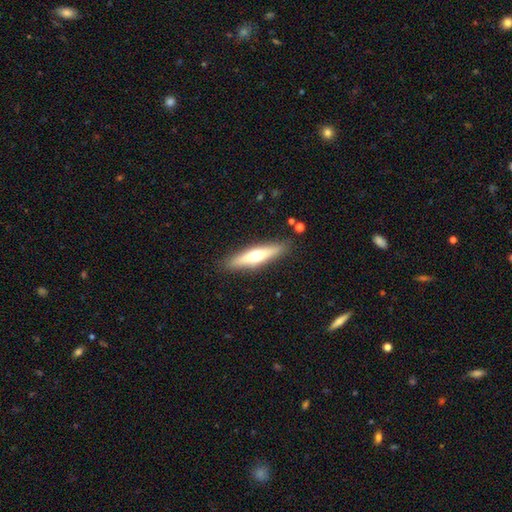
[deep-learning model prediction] Smooth or featured? Predicted: smooth (p=0.50). How rounded? Predicted: cigar-shaped (p=0.80). Merging? Predicted: none (p=0.87).